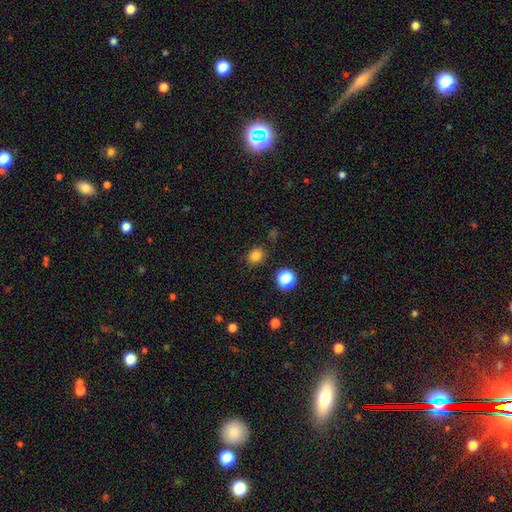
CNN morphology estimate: type=smooth (81%); roundness=round (58%); merging=none (83%).